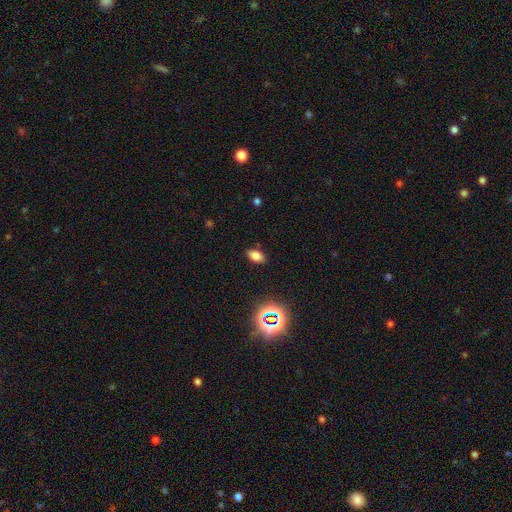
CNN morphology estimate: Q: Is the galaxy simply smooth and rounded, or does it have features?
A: smooth — 75%.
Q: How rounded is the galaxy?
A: in between — 88%.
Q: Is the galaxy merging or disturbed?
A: none — 87%.